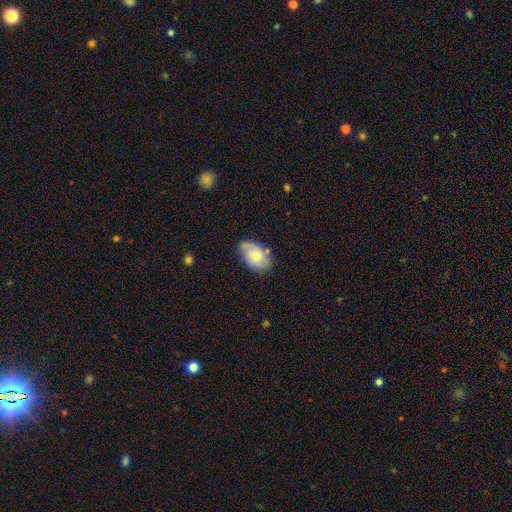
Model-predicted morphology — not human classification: A smooth galaxy with no disk features (54%) that is in between round and cigar-shaped (88%). Merging: none (66%).